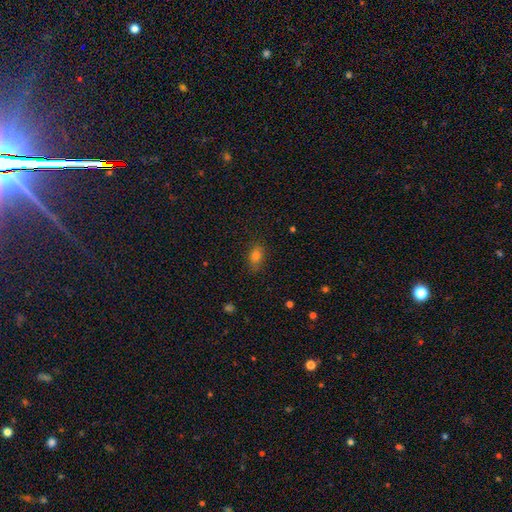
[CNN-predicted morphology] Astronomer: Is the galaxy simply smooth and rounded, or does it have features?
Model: smooth — 77%.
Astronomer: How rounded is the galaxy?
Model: in between — 75%.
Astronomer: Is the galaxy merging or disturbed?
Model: none — 82%.